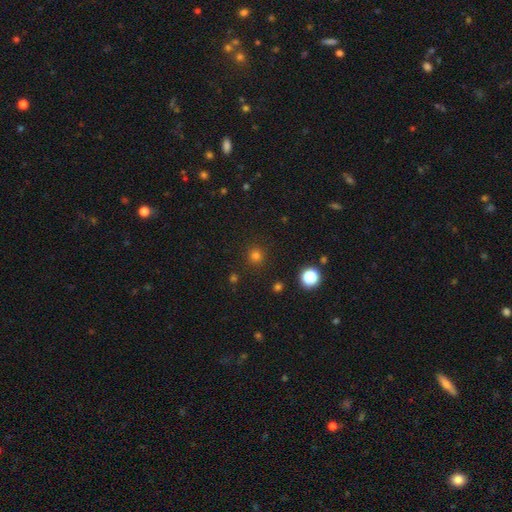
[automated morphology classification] This is likely a smooth galaxy (76%). How rounded: clearly round (94%). Merging: clearly none (90%).